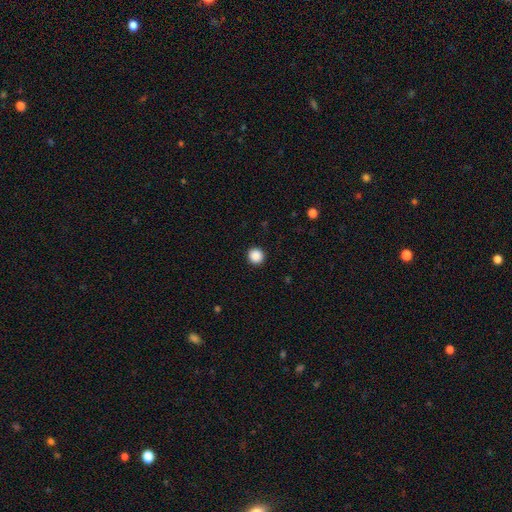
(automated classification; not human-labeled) A smooth galaxy with no disk features (89%) that is round (94%).

Vote fractions:
- Smooth or featured? smooth: 89% / star or artifact: 9% / featured or disk: 2%
- How rounded? round: 94% / in between: 5% / cigar-shaped: 1%
- Merging? none: 93% / minor disturbance: 4% / major disturbance: 2% / merger: 1%